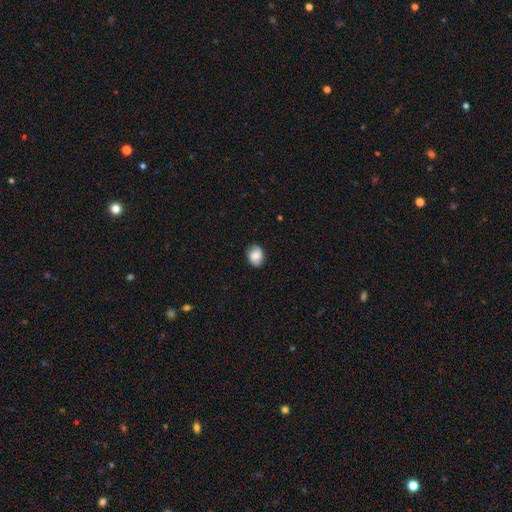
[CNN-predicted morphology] This appears to be a smooth galaxy with no disk features (77%) that is in between round and cigar-shaped (52%). Merging: none (83%).